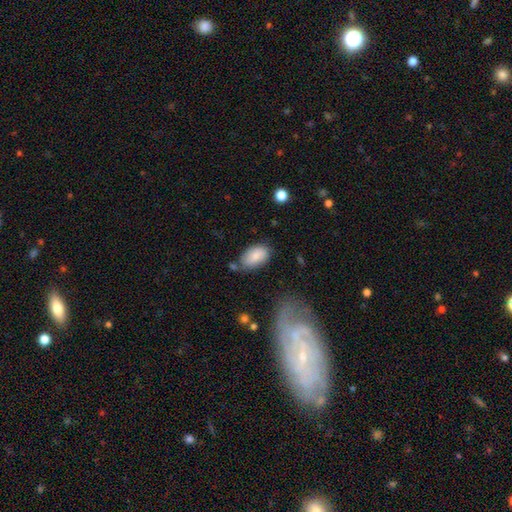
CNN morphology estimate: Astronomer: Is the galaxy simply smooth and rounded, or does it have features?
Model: smooth — 79%.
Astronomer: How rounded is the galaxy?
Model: in between — 93%.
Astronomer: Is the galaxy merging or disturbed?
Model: none — 66%.